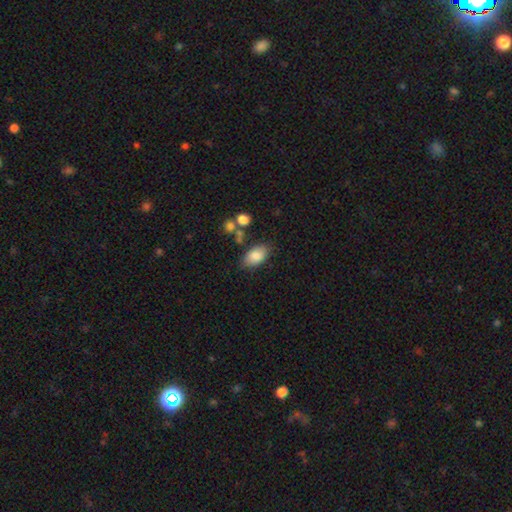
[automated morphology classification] Smooth or featured? Predicted: smooth (p=0.85). How rounded? Predicted: in between (p=0.92). Merging? Predicted: none (p=0.73).